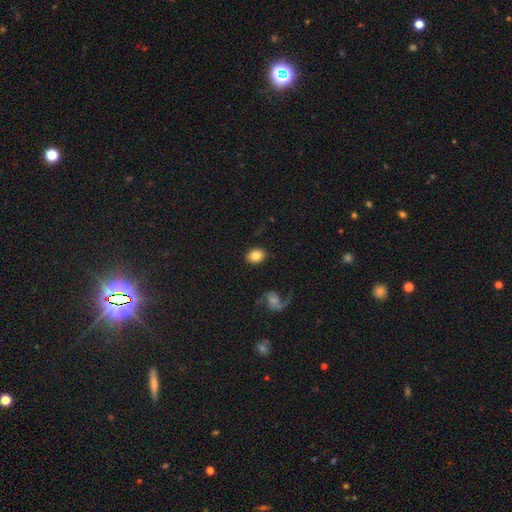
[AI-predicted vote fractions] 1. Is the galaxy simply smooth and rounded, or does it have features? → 79% smooth, 13% featured or disk, 8% star or artifact.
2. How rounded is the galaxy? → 61% in between, 38% round, 1% cigar-shaped.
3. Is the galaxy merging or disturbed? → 86% none, 9% minor disturbance, 3% major disturbance, 2% merger.